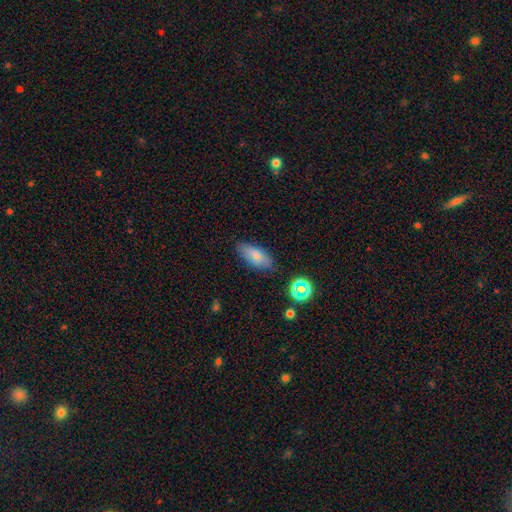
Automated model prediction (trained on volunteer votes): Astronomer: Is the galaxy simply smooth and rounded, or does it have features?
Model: smooth — 80%.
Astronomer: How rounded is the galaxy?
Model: in between — 86%.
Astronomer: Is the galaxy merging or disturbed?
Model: none — 77%.